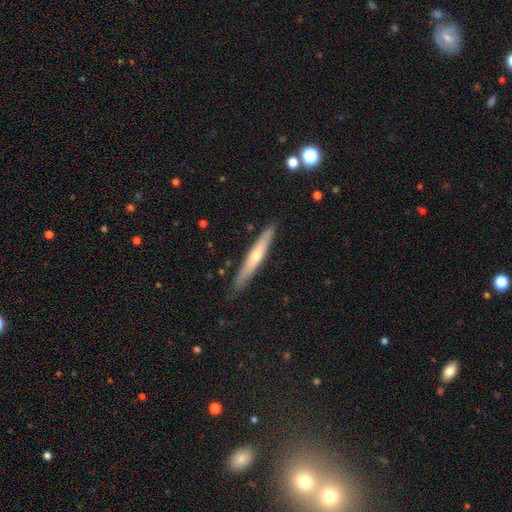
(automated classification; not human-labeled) Smooth or featured?
  - featured or disk: 52% *
  - smooth: 42%
  - star or artifact: 6%
Edge-on disk?
  - yes: 92% *
  - no: 8%
Merging?
  - none: 87% *
  - minor disturbance: 10%
  - major disturbance: 2%
  - merger: 1%